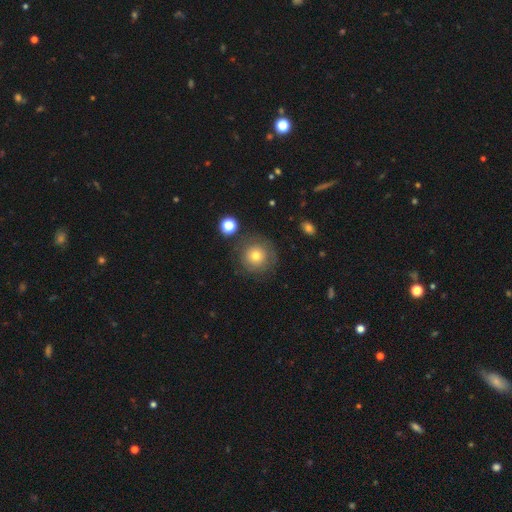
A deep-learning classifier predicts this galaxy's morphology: smooth-or-featured: smooth: 66% | featured or disk: 22% | star or artifact: 13%
  how-rounded: round: 95% | in between: 4% | cigar-shaped: 1%
  merging: none: 80% | minor disturbance: 12% | major disturbance: 6% | merger: 3%